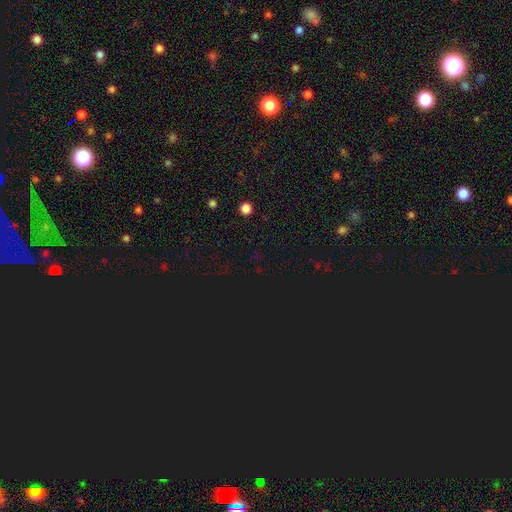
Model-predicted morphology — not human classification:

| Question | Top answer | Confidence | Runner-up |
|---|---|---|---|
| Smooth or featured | star or artifact | 69% | smooth (25%) |